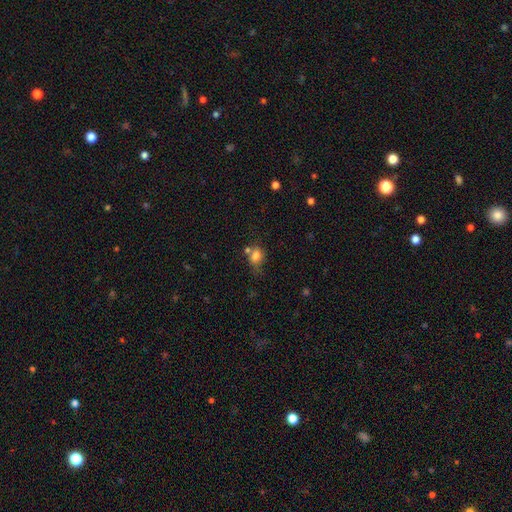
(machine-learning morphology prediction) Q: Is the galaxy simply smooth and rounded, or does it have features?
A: smooth — 77%.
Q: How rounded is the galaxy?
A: in between — 58%.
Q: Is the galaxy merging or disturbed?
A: none — 43%.